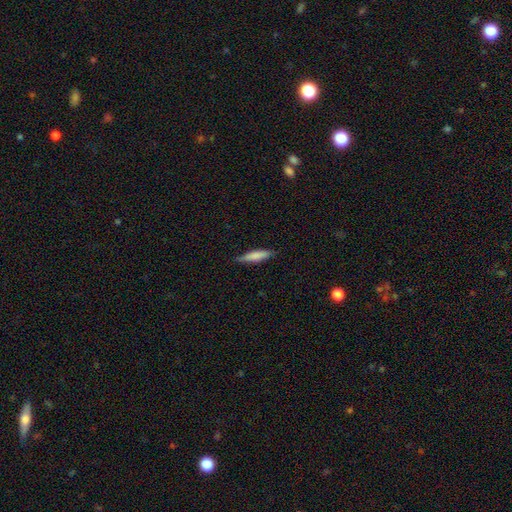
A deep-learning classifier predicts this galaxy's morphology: smooth-or-featured: smooth: 76% | featured or disk: 18% | star or artifact: 6%
  how-rounded: cigar-shaped: 81% | in between: 18% | round: 1%
  merging: none: 83% | minor disturbance: 13% | major disturbance: 2% | merger: 1%